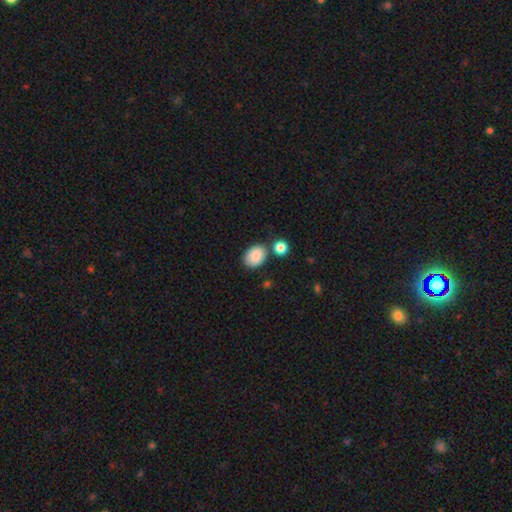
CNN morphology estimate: Smooth or featured?
  - smooth: 87% *
  - star or artifact: 7%
  - featured or disk: 6%
How rounded?
  - in between: 79% *
  - round: 20%
  - cigar-shaped: 1%
Merging?
  - none: 69% *
  - minor disturbance: 16%
  - merger: 12%
  - major disturbance: 4%